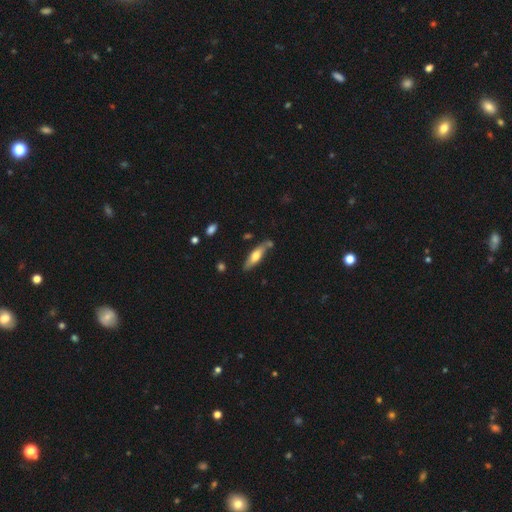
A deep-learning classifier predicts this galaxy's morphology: smooth_or_featured: smooth (p=0.58) [alt: featured or disk p=0.36]
how_rounded: cigar-shaped (p=0.61) [alt: in between p=0.37]
merging: none (p=0.70) [alt: minor disturbance p=0.18]